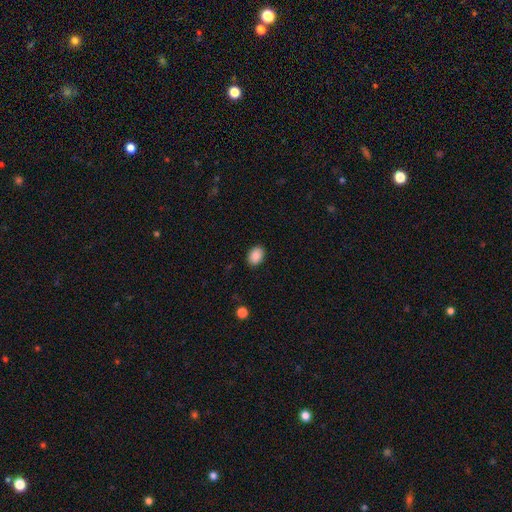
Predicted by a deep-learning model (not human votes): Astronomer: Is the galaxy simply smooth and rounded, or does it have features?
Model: smooth — 89%.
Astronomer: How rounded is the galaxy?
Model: in between — 77%.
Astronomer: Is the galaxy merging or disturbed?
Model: none — 89%.